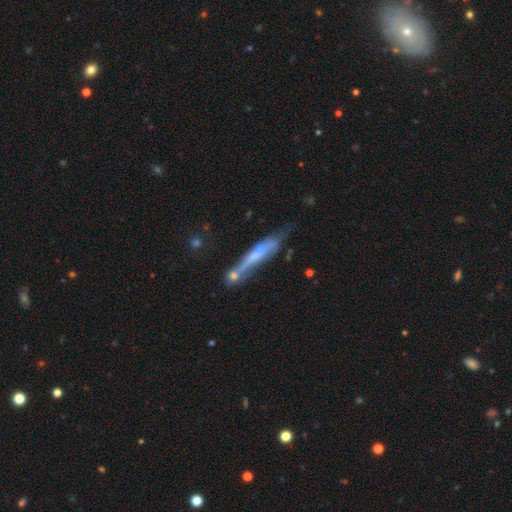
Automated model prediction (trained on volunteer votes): smooth_or_featured: featured or disk (p=0.57) [alt: smooth p=0.32]
disk_edge_on: yes (p=0.75) [alt: no p=0.25]
merging: none (p=0.45) [alt: minor disturbance p=0.22]